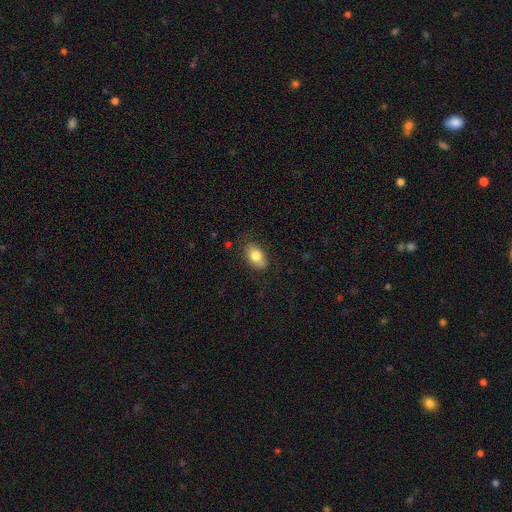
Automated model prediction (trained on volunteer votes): The model was most divided on "merging": none: 75%, minor disturbance: 19%, major disturbance: 4%, merger: 2%. More confident: how rounded — in between (88%); smooth or featured — smooth (80%).